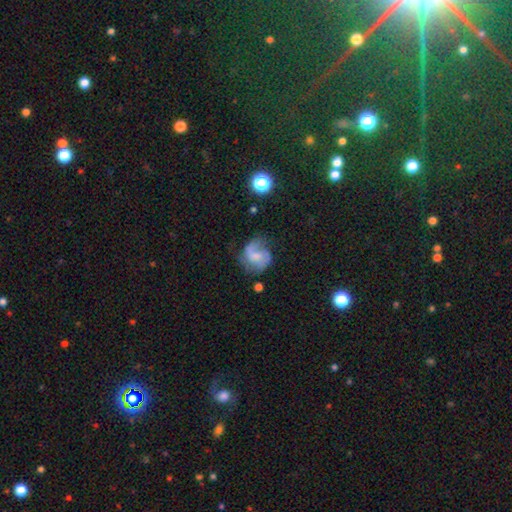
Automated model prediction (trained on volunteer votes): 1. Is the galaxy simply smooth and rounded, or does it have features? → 56% featured or disk, 35% smooth, 9% star or artifact.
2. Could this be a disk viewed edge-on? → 98% no, 2% yes.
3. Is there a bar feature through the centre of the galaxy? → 45% no, 44% weak, 11% strong.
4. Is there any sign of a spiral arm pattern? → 75% yes, 25% no.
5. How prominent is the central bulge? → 32% none, 31% small, 30% moderate, 6% large, 1% dominant.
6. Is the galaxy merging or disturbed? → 44% none, 27% minor disturbance, 25% major disturbance, 4% merger.